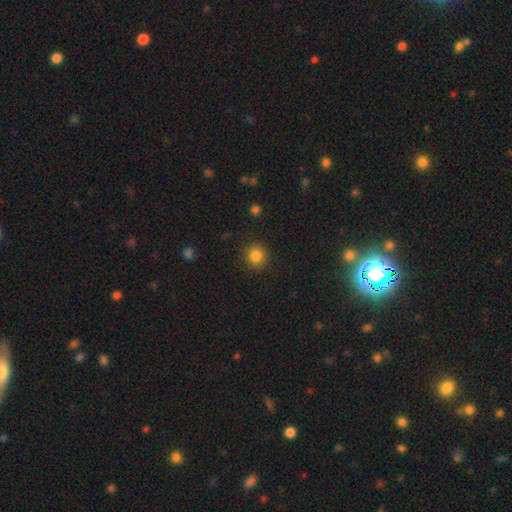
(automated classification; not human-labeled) smooth 84%, star or artifact 11%, featured or disk 5%. Down the decision tree: how rounded — round (92%); merging — none (89%).